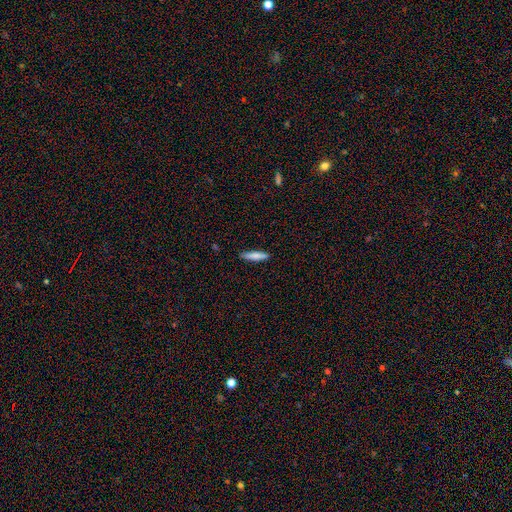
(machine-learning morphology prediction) Smooth or featured?
  - smooth: 80% *
  - featured or disk: 14%
  - star or artifact: 6%
How rounded?
  - cigar-shaped: 81% *
  - in between: 18%
  - round: 1%
Merging?
  - none: 89% *
  - minor disturbance: 8%
  - major disturbance: 2%
  - merger: 1%